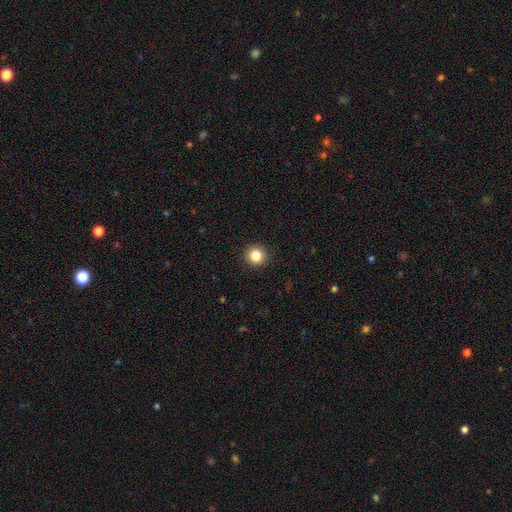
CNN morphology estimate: Smooth or featured? smooth (85%)
How rounded? round (93%)
Merging? none (92%)